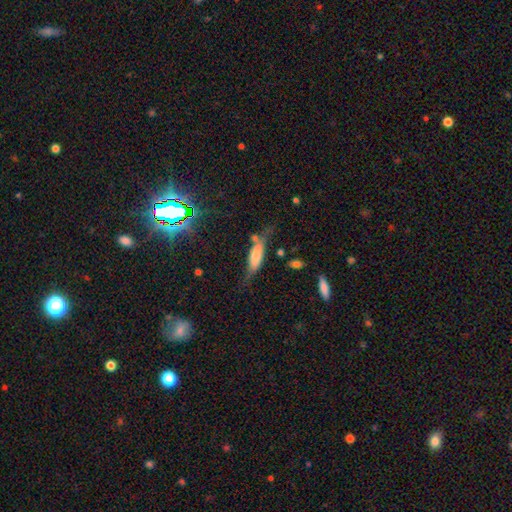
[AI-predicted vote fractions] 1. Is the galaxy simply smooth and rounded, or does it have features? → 58% smooth, 33% featured or disk, 9% star or artifact.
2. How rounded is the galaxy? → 50% cigar-shaped, 47% in between, 2% round.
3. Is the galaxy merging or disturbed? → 49% none, 29% minor disturbance, 15% major disturbance, 7% merger.